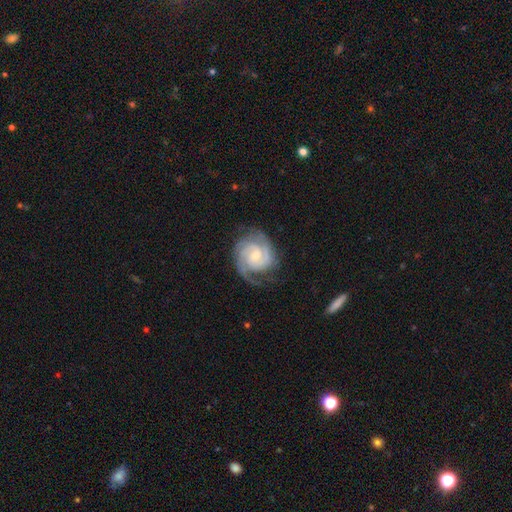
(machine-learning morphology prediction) The model was most divided on "bulge size": moderate: 48%, small: 46%, none: 3%, large: 3%, dominant: 1%. Remaining: spiral arms — yes (98%); edge-on disk — no (98%); smooth or featured — featured or disk (91%); merging — none (73%); spiral winding — tight (63%); spiral arm count — 2 (62%); bar — no (50%).